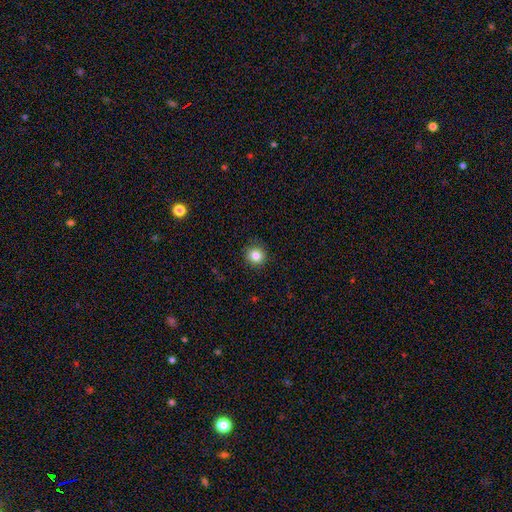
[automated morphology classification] smooth-or-featured: smooth: 83% | star or artifact: 11% | featured or disk: 6%
  how-rounded: round: 92% | in between: 7% | cigar-shaped: 1%
  merging: none: 90% | minor disturbance: 7% | major disturbance: 2% | merger: 1%